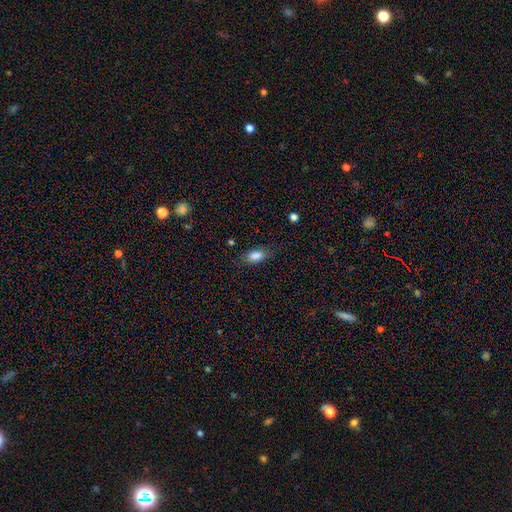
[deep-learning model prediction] Smooth or featured? Predicted: smooth (p=0.84). How rounded? Predicted: in between (p=0.85). Merging? Predicted: none (p=0.78).